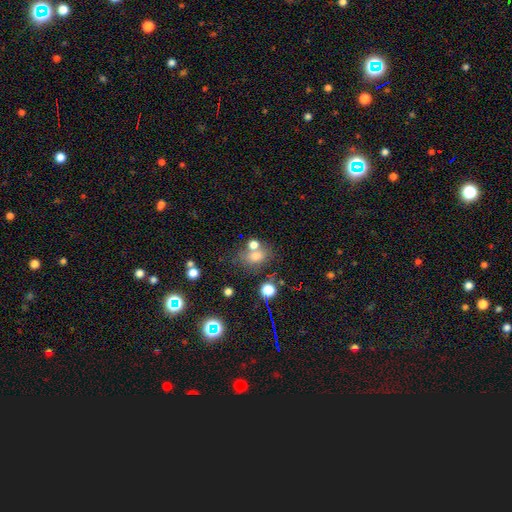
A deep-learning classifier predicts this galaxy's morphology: Smooth or featured? Predicted: smooth (p=0.68). How rounded? Predicted: in between (p=0.61). Merging? Predicted: none (p=0.54).